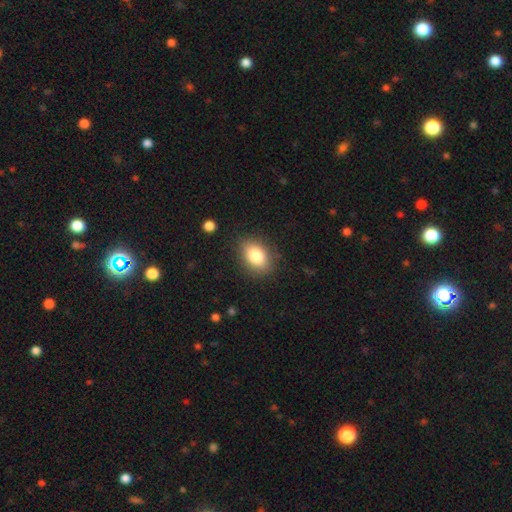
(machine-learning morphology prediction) Smooth or featured? smooth (83%)
How rounded? in between (81%)
Merging? none (85%)